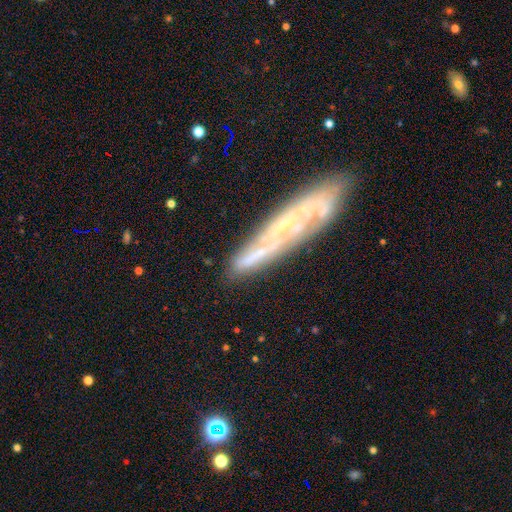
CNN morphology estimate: featured or disk 63%, smooth 27%, star or artifact 10%. Down the decision tree: edge-on disk — no (56%); merging — none (65%).